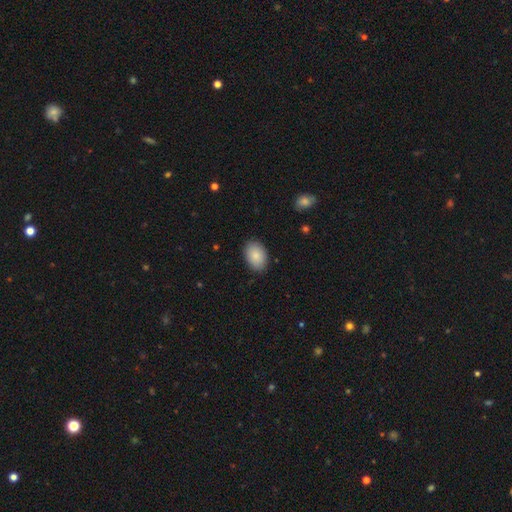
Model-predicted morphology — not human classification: A smooth galaxy with no disk features (87%) that is in between round and cigar-shaped (86%). Merging: none (87%).